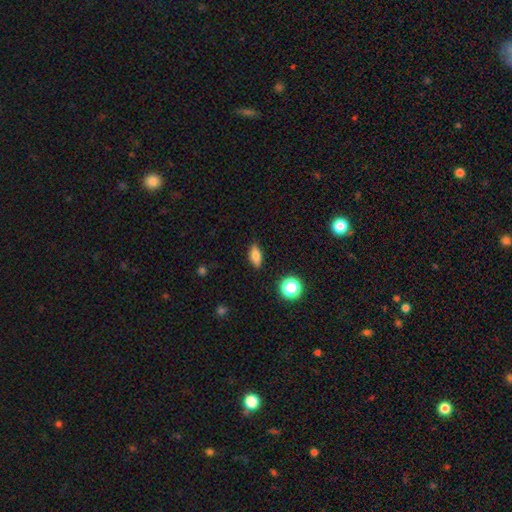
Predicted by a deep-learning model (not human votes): smooth 75%, featured or disk 15%, star or artifact 10%. Down the decision tree: how rounded — in between (75%); merging — none (86%).